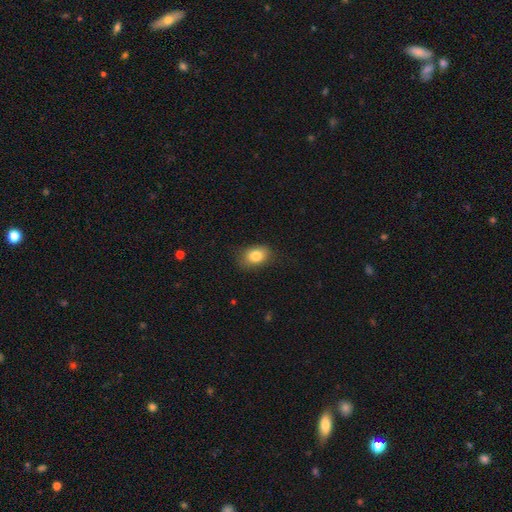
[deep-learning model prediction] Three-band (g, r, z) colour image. It shows a smooth galaxy with no disk features (83%) that is in between round and cigar-shaped (74%). Merging: none (80%).